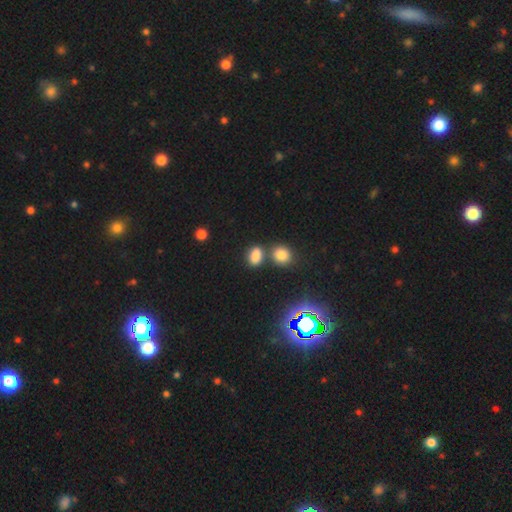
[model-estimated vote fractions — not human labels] This appears to be a smooth galaxy with no disk features (80%) that is in between round and cigar-shaped (76%). Merging: none (60%).